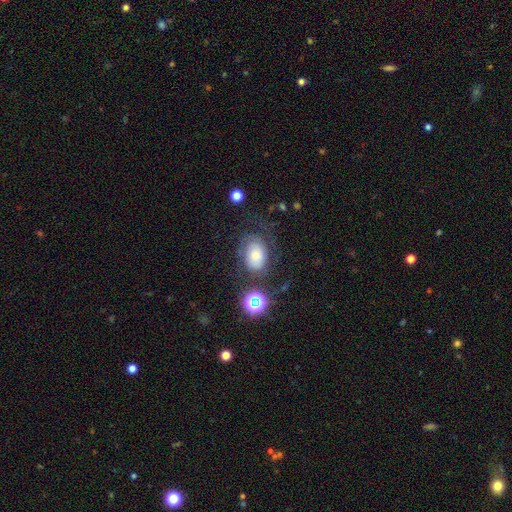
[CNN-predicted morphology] Smooth or featured? smooth (53%)
How rounded? in between (77%)
Merging? none (52%)